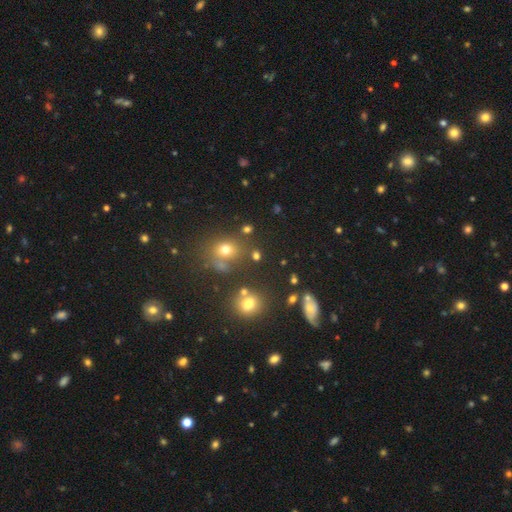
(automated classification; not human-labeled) Morphology: type=smooth (57%); roundness=round (75%); merging=none (73%).